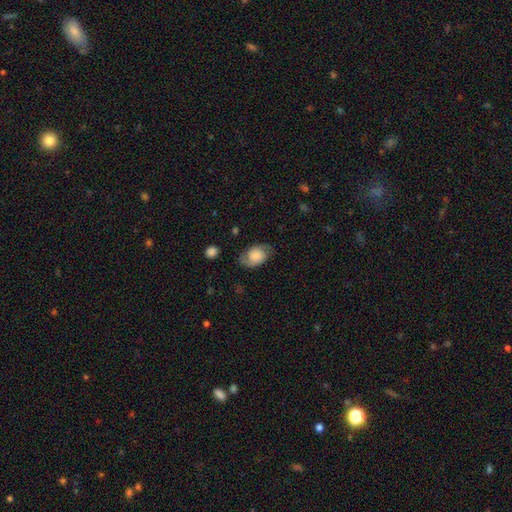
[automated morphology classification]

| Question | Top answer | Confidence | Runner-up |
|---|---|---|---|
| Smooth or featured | smooth | 49% | featured or disk (43%) |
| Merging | none | 71% | minor disturbance (20%) |